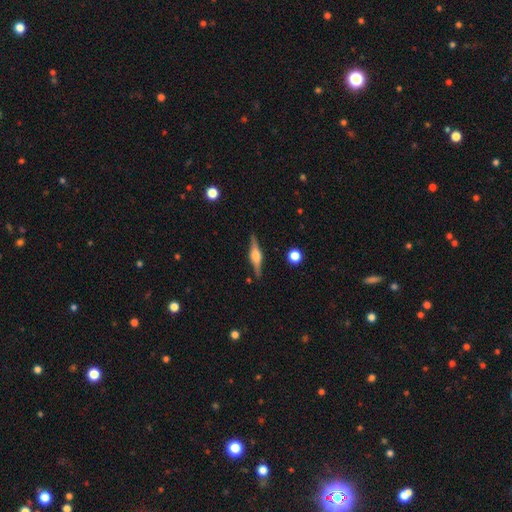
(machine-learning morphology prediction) This appears to be a featured or disk galaxy (77%) viewed edge-on (97%) with a rounded central bulge (88%). Merging: none (89%).